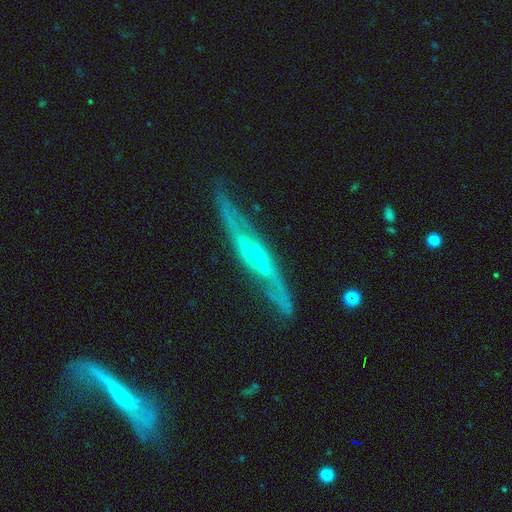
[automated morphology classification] Overall: featured or disk (84%). Edge-on disk: yes (69%; no 31%). Edge-on bulge: rounded (48%; none 36%). Merging: none (73%).